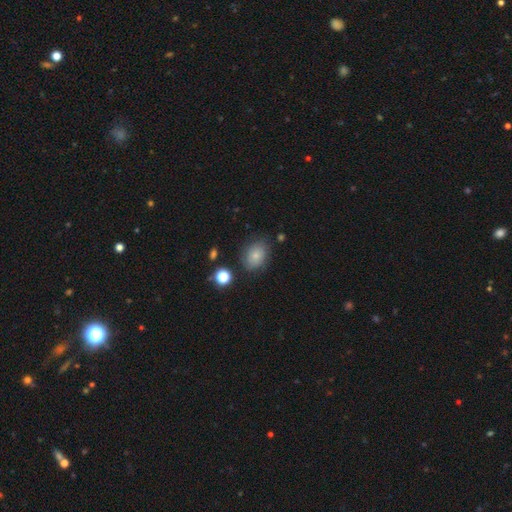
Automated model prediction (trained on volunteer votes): smooth 77%, featured or disk 13%, star or artifact 10%. Down the decision tree: how rounded — in between (64%); merging — none (75%).